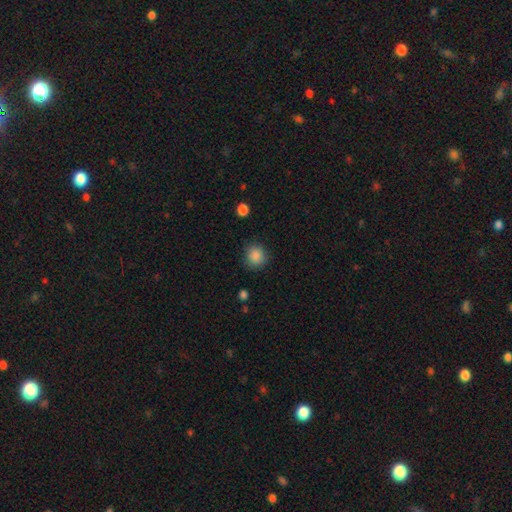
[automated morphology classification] Smooth or featured? Predicted: smooth (p=0.87). How rounded? Predicted: round (p=0.87). Merging? Predicted: none (p=0.85).